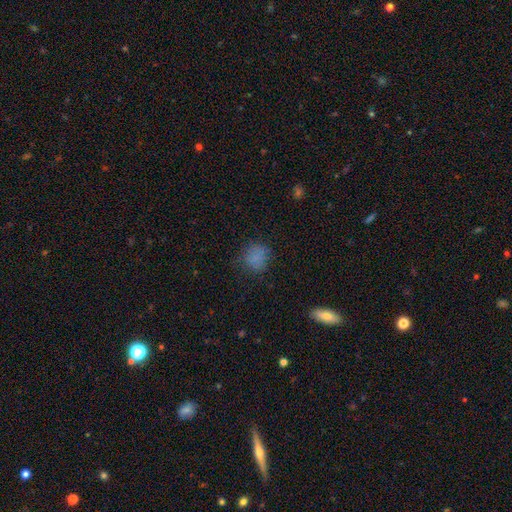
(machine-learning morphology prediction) smooth_or_featured: smooth (p=0.77) [alt: star or artifact p=0.15]
how_rounded: round (p=0.75) [alt: in between p=0.23]
merging: none (p=0.72) [alt: minor disturbance p=0.18]